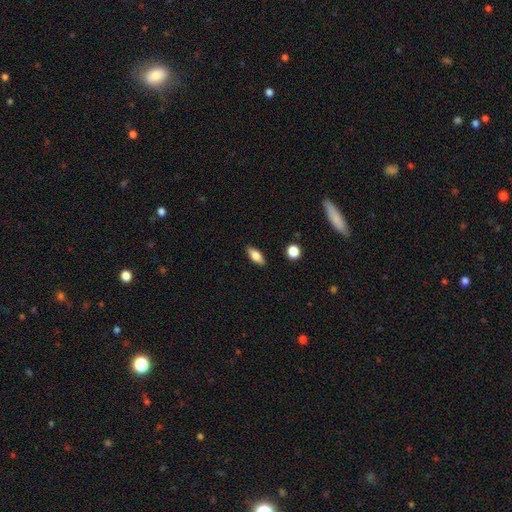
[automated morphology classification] Q: Smooth or featured?
A: smooth (67%); runner-up: featured or disk (26%)
Q: How rounded?
A: in between (74%); runner-up: cigar-shaped (22%)
Q: Merging?
A: none (87%); runner-up: minor disturbance (9%)